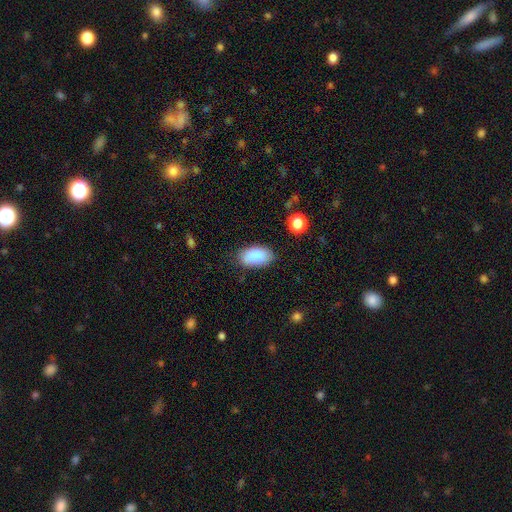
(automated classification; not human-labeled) smooth 87%, star or artifact 7%, featured or disk 7%. Down the decision tree: how rounded — in between (94%); merging — none (79%).